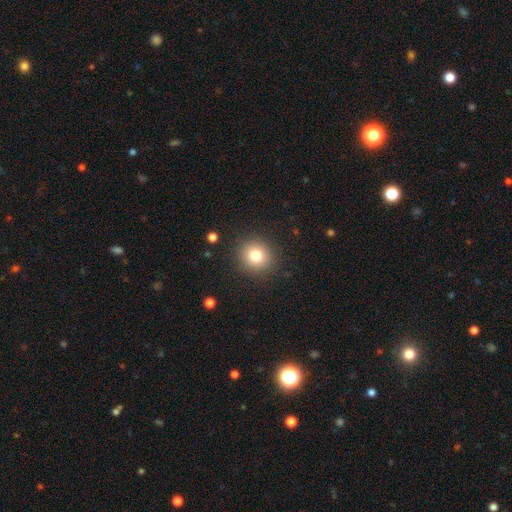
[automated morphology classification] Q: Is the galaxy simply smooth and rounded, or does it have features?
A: smooth — 79%.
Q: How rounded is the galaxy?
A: round — 90%.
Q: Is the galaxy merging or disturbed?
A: none — 90%.